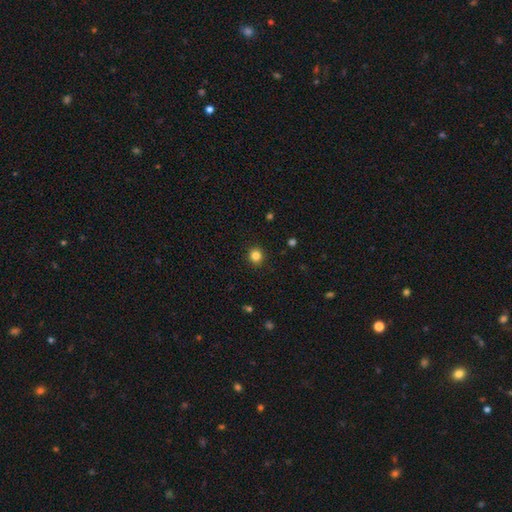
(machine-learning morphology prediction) smooth 83%, star or artifact 12%, featured or disk 5%. Down the decision tree: how rounded — round (91%); merging — none (92%).